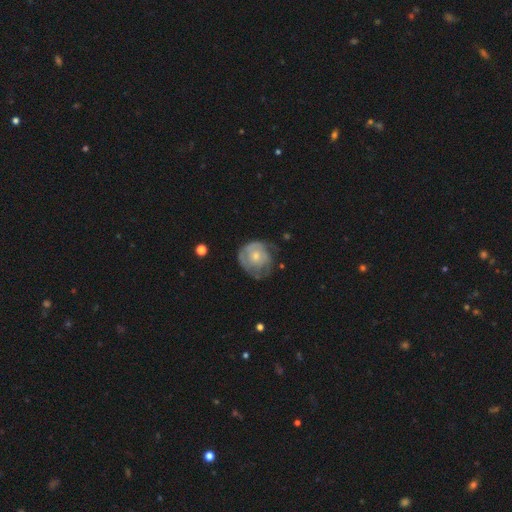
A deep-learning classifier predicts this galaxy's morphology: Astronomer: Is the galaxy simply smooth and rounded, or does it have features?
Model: featured or disk — 56% (runner-up: smooth, 37%).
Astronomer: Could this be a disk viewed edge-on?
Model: no — 97%.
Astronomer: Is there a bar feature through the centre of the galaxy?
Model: no — 83%.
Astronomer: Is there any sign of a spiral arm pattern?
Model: yes — 64%.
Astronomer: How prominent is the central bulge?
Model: moderate — 47% (runner-up: small, 46%).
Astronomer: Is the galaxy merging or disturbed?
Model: none — 51% (runner-up: minor disturbance, 29%).